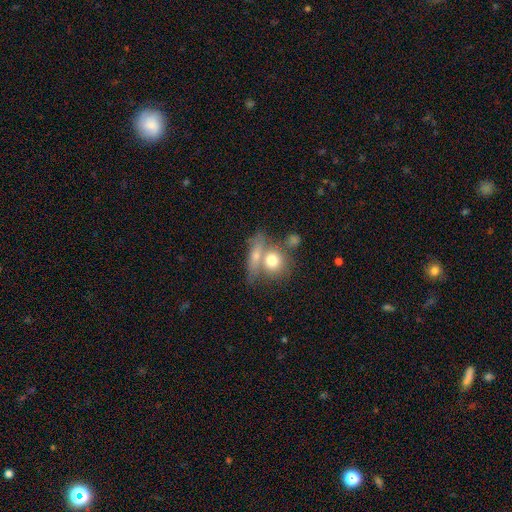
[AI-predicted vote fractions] A smooth galaxy with no disk features (58%) that is round (58%). Merging: merger (43%).